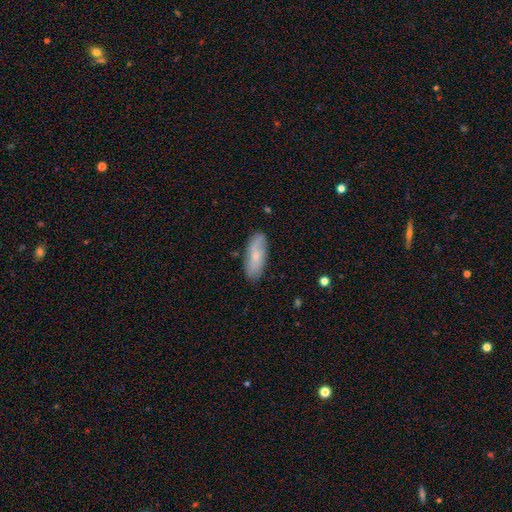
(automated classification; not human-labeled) Morphology: type=smooth (60%); roundness=in between (74%); merging=none (81%).